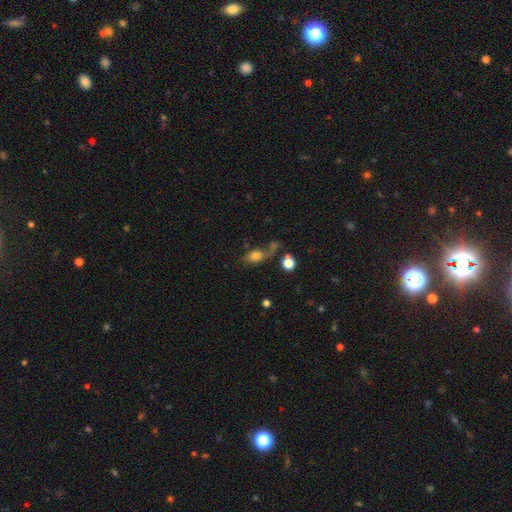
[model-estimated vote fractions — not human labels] smooth-or-featured: smooth: 64% | featured or disk: 24% | star or artifact: 12%
  how-rounded: in between: 72% | round: 19% | cigar-shaped: 9%
  merging: none: 36% | major disturbance: 25% | merger: 20% | minor disturbance: 19%